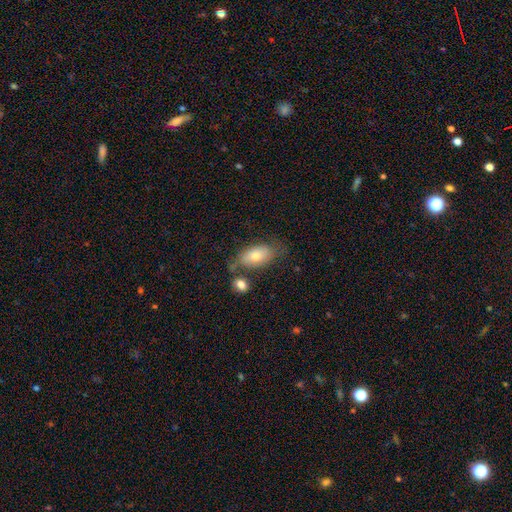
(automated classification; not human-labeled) smooth-or-featured: smooth: 71% | featured or disk: 21% | star or artifact: 8%
  how-rounded: in between: 90% | round: 5% | cigar-shaped: 5%
  merging: none: 59% | minor disturbance: 19% | merger: 15% | major disturbance: 7%